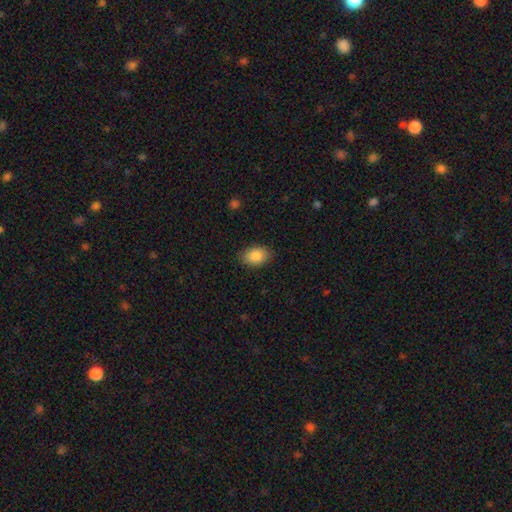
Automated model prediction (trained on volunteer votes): The model was most divided on "how rounded": in between: 86%, round: 12%, cigar-shaped: 1%. More confident: smooth or featured — smooth (88%); merging — none (87%).